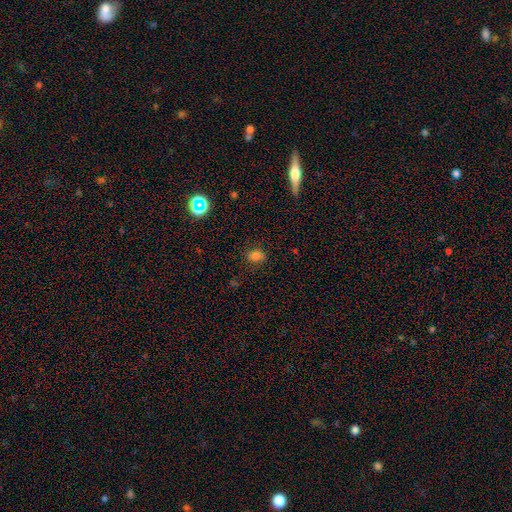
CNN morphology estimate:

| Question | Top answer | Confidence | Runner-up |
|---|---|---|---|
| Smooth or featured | smooth | 78% | star or artifact (14%) |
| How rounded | in between | 51% | round (48%) |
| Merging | none | 83% | minor disturbance (13%) |